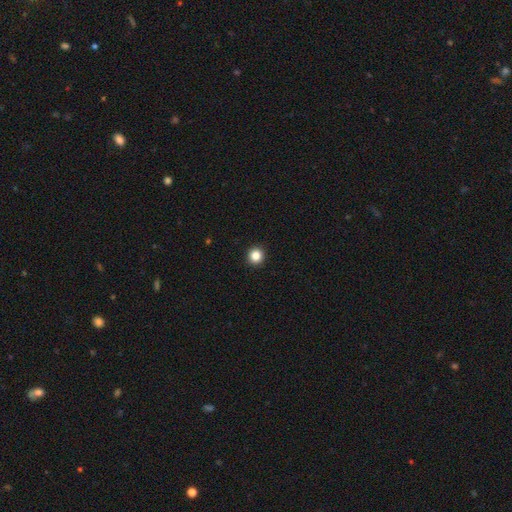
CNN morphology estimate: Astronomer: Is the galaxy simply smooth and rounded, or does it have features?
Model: smooth — 85%.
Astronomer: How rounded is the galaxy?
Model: round — 95%.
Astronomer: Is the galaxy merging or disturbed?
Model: none — 94%.